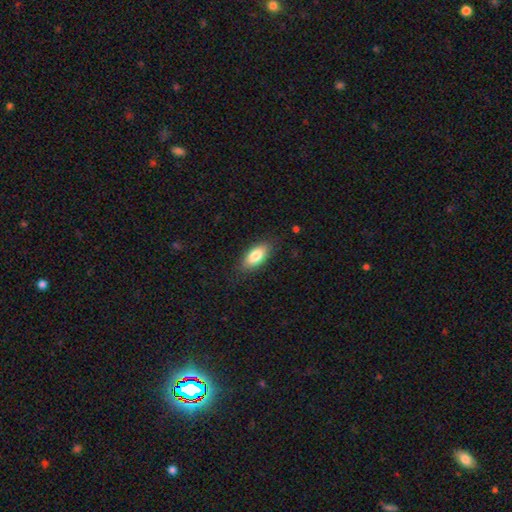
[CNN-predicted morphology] The model was most divided on "smooth or featured": smooth: 82%, featured or disk: 12%, star or artifact: 7%. More confident: how rounded — in between (88%); merging — none (84%).